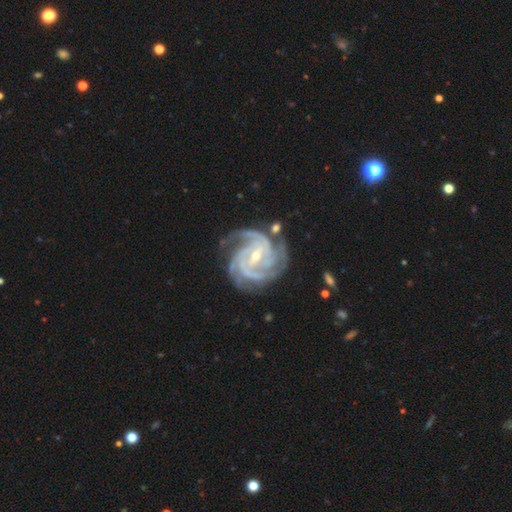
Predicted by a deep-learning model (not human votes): This is clearly a featured or disk galaxy (93%). It is clearly not viewed edge-on (98%). Bar: marginally weak (44%). Spiral arm pattern: clearly yes (99%). Spiral arm count: marginally 4 (41%). Spiral winding: likely tight (66%). Central bulge: likely small (63%). Merging: likely none (73%).